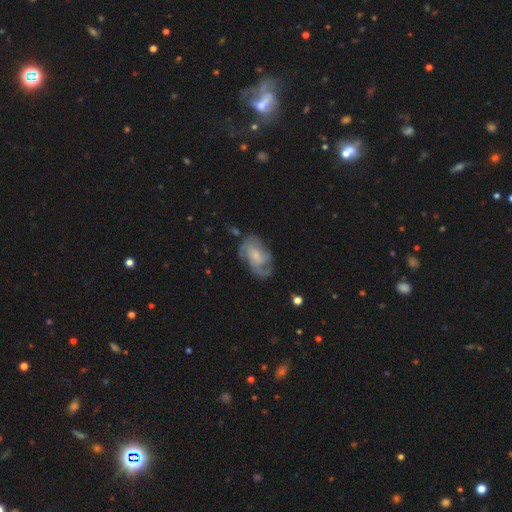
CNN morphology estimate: Overall: featured or disk (73%). Edge-on disk: no (97%). Bar: no (55%; weak 38%). Spiral arms: yes (90%). Spiral arm count: 3 (28%; can't tell 27%). Spiral winding: medium (45%; tight 37%). Bulge size: small (47%; moderate 33%). Merging: none (59%; minor disturbance 24%).